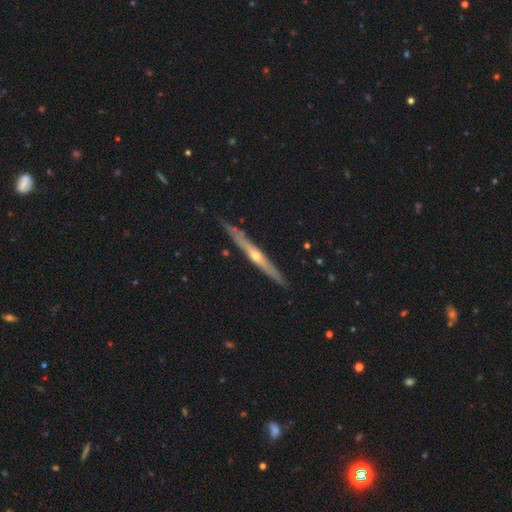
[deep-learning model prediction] featured or disk 74%, smooth 20%, star or artifact 6%. Down the decision tree: edge-on disk — yes (96%); edge-on bulge — rounded (78%); merging — none (86%).